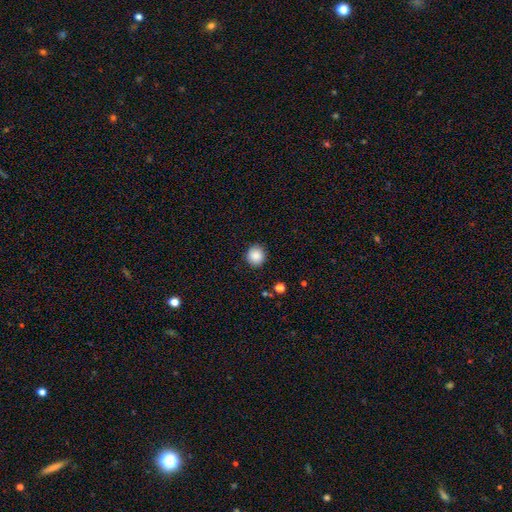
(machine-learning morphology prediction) This is clearly a smooth galaxy (88%). How rounded: clearly round (90%). Merging: clearly none (90%).